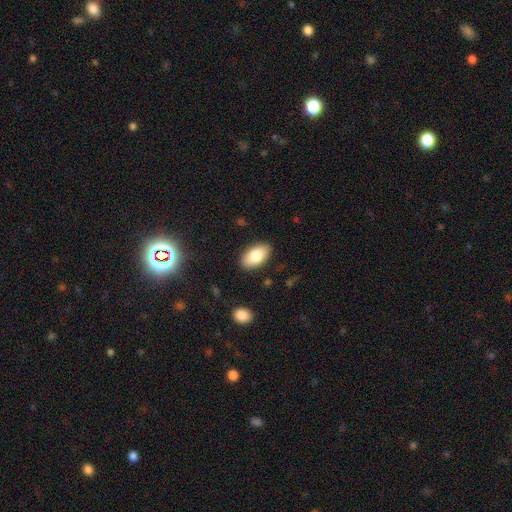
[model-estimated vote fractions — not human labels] smooth-or-featured: smooth: 81% | featured or disk: 13% | star or artifact: 7%
  how-rounded: in between: 94% | round: 4% | cigar-shaped: 2%
  merging: none: 87% | minor disturbance: 9% | major disturbance: 2% | merger: 1%